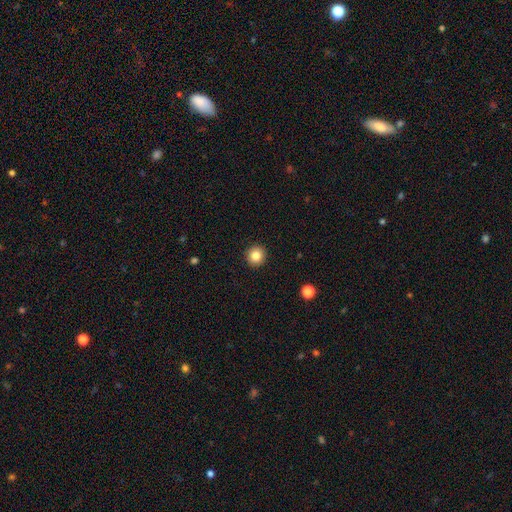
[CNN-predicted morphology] The model was most divided on "smooth or featured": smooth: 83%, star or artifact: 10%, featured or disk: 6%. More confident: how rounded — round (94%); merging — none (93%).